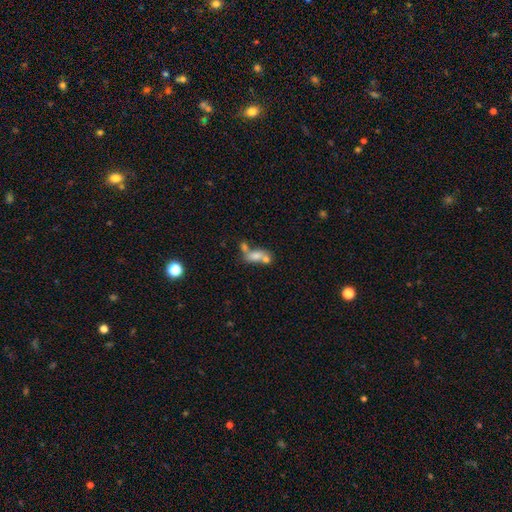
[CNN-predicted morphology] Smooth or featured?
  - smooth: 64% *
  - featured or disk: 25%
  - star or artifact: 12%
How rounded?
  - in between: 76% *
  - cigar-shaped: 13%
  - round: 11%
Merging?
  - merger: 56% *
  - none: 25%
  - minor disturbance: 10%
  - major disturbance: 8%